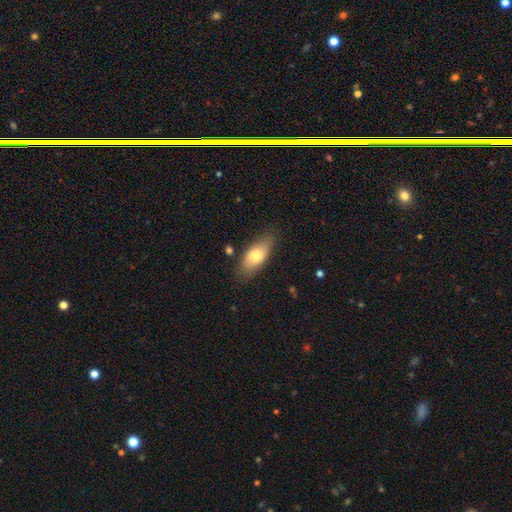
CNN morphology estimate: Q: Smooth or featured?
A: smooth (71%); runner-up: featured or disk (22%)
Q: How rounded?
A: in between (84%); runner-up: cigar-shaped (13%)
Q: Merging?
A: none (80%); runner-up: minor disturbance (15%)